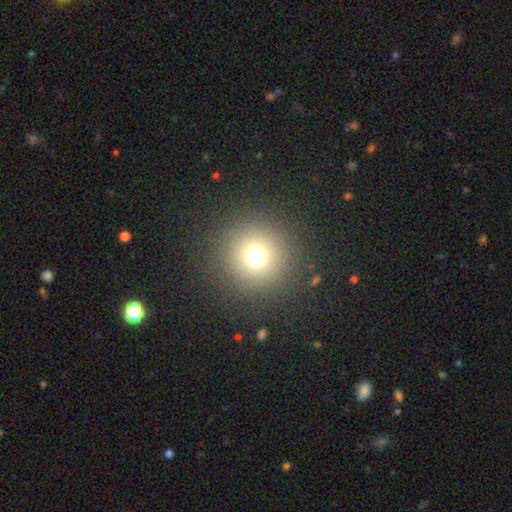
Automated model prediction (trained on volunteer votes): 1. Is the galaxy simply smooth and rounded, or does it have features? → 69% smooth, 23% star or artifact, 8% featured or disk.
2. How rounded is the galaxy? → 96% round, 3% in between, 1% cigar-shaped.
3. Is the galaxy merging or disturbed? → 89% none, 6% minor disturbance, 4% major disturbance, 2% merger.